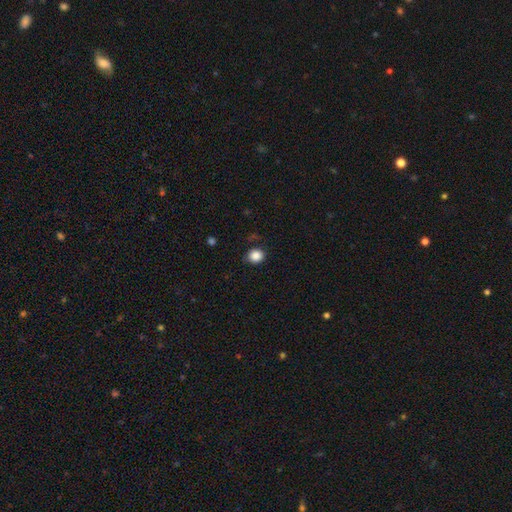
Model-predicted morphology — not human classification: Smooth or featured: smooth — 87% (star or artifact — 10%)
How rounded: round — 74% (in between — 25%)
Merging: none — 81% (minor disturbance — 14%)